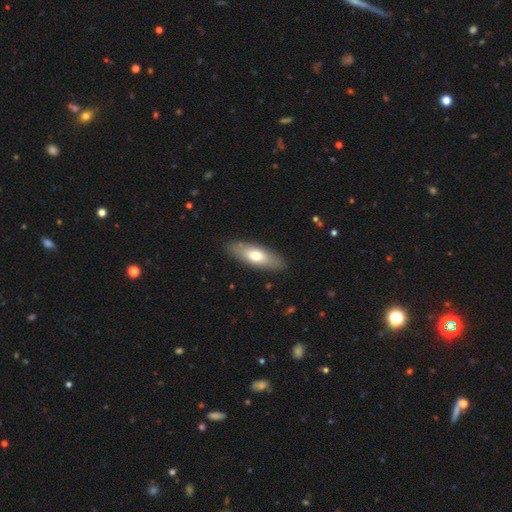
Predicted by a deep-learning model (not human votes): Overall: smooth (65%; featured or disk 29%). How rounded: in between (64%; cigar-shaped 34%). Merging: none (87%).